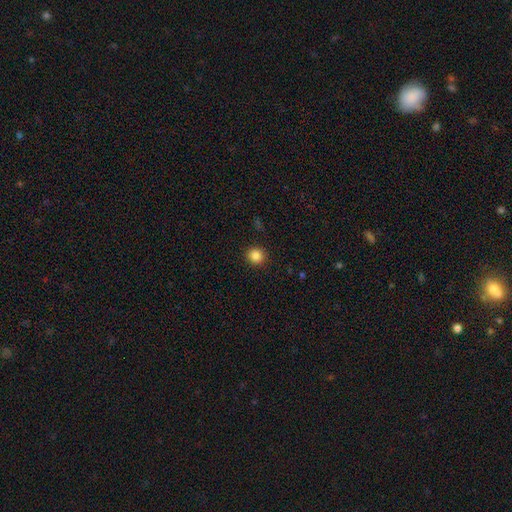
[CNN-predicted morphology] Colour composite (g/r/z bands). It shows a smooth galaxy with no disk features (84%) that is round (91%). Merging: none (92%).